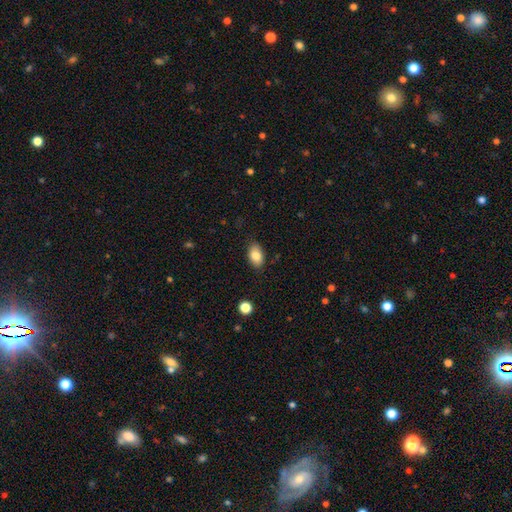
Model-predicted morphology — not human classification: A smooth galaxy with no disk features (84%) that is in between round and cigar-shaped (90%).

Vote fractions:
- Smooth or featured? smooth: 84% / featured or disk: 9% / star or artifact: 8%
- How rounded? in between: 90% / round: 9% / cigar-shaped: 1%
- Merging? none: 84% / minor disturbance: 12% / major disturbance: 3% / merger: 1%